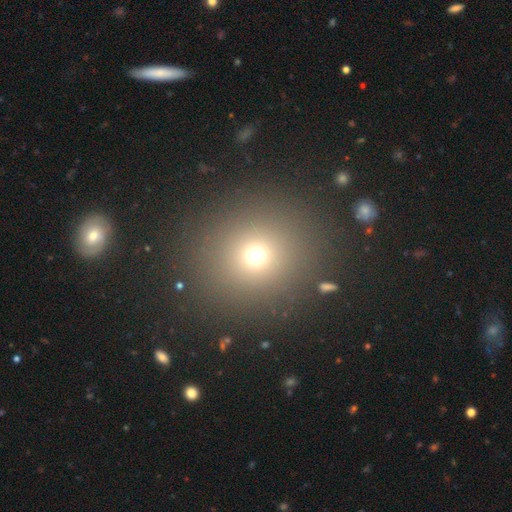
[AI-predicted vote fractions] This appears to be a smooth galaxy with no disk features (67%) that is round (87%). Merging: none (86%).